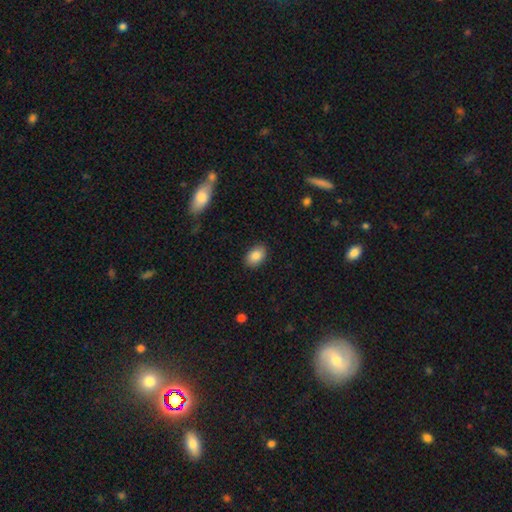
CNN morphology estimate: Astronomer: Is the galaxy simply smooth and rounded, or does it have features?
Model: smooth — 87%.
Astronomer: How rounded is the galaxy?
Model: in between — 85%.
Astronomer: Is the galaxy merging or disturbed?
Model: none — 87%.